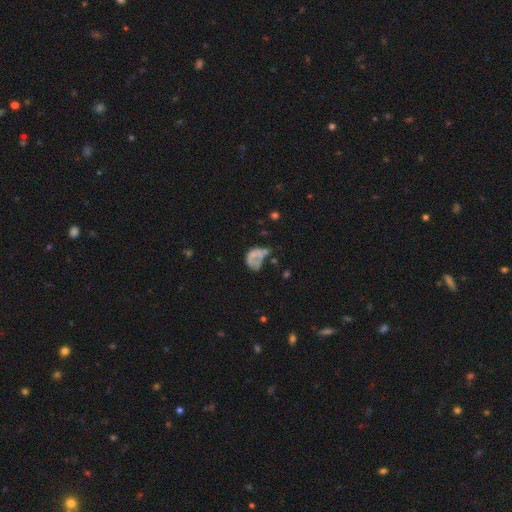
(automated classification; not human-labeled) The model was most divided on "smooth or featured": smooth: 44%, featured or disk: 41%, star or artifact: 15%. Remaining: merging — major disturbance (38%).